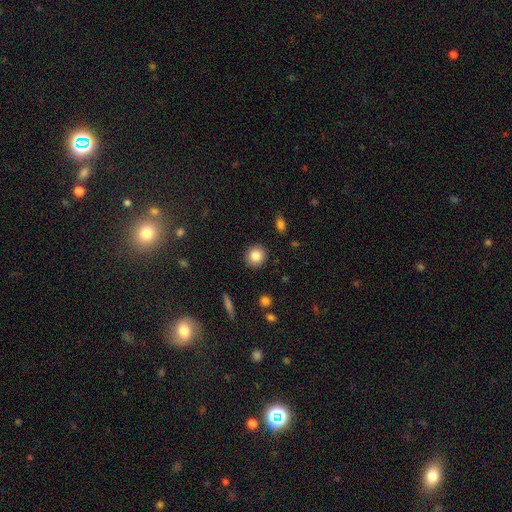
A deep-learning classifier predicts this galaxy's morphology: Overall: smooth (85%). How rounded: round (88%). Merging: none (91%).